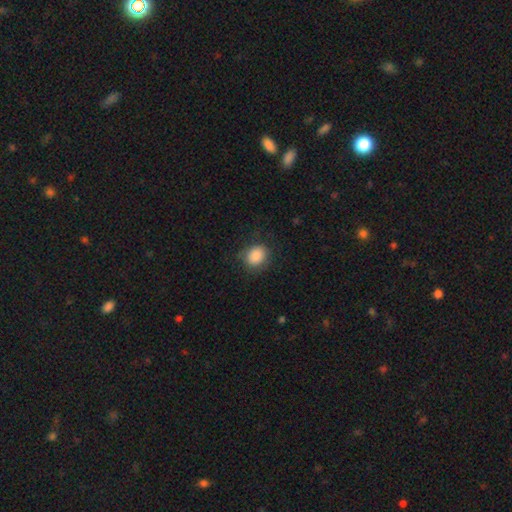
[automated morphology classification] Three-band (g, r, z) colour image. It shows a smooth galaxy with no disk features (87%) that is round (57%). Merging: none (76%).